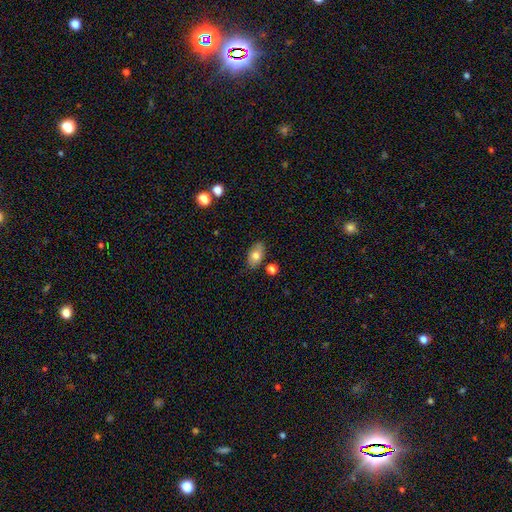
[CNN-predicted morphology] Overall: smooth (74%). How rounded: in between (90%). Merging: none (79%).